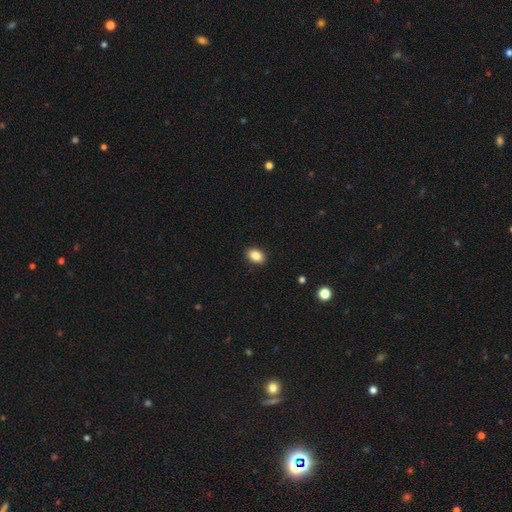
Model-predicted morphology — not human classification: type=smooth (87%); roundness=in between (85%); merging=none (90%).